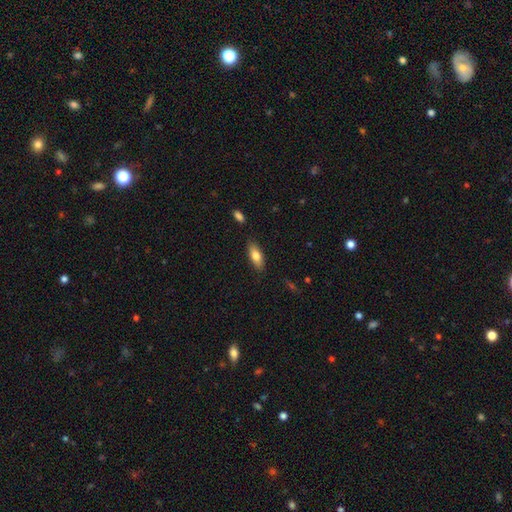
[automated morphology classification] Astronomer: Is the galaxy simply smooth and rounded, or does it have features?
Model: smooth — 78%.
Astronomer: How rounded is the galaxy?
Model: in between — 74%.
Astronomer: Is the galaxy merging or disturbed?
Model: none — 84%.